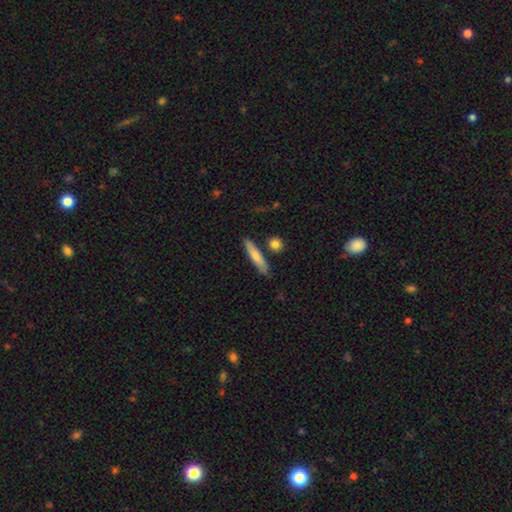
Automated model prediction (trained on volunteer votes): Q: Smooth or featured?
A: smooth (70%); runner-up: featured or disk (25%)
Q: How rounded?
A: cigar-shaped (87%); runner-up: in between (11%)
Q: Merging?
A: none (81%); runner-up: minor disturbance (11%)